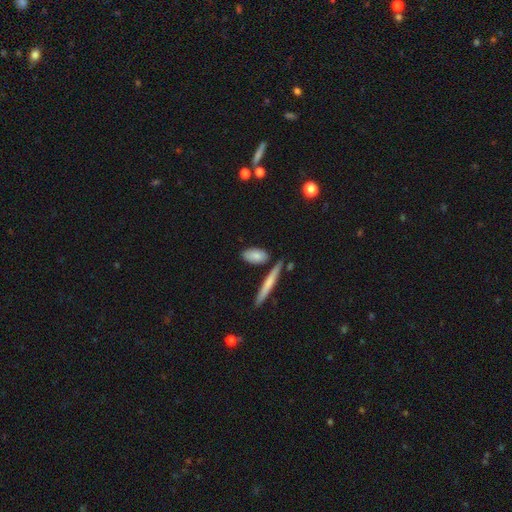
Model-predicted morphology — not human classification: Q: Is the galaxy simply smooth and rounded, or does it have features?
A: smooth — 78%.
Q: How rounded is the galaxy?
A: in between — 79%.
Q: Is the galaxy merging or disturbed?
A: none — 74%.